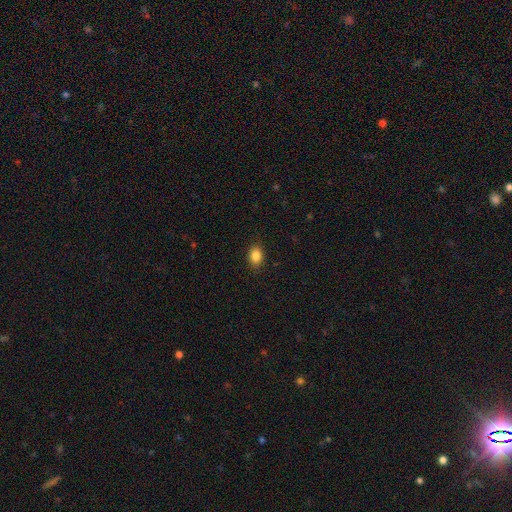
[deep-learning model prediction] A smooth galaxy with no disk features (85%) that is in between round and cigar-shaped (72%). Merging: none (88%).